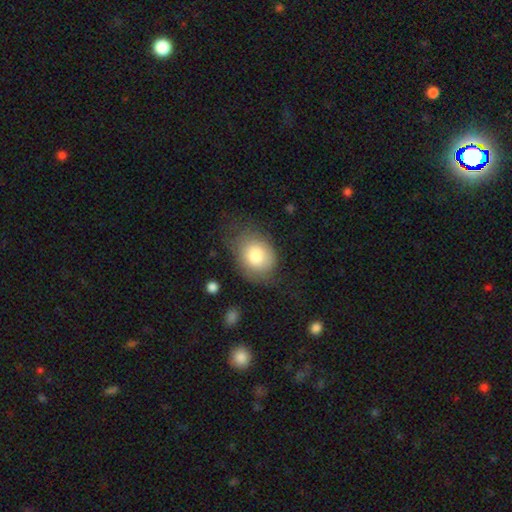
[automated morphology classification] This is likely a smooth galaxy (78%). How rounded: possibly in between (58%). Merging: possibly none (55%).